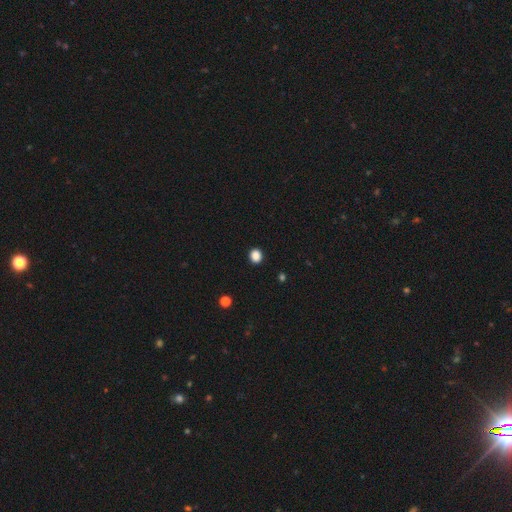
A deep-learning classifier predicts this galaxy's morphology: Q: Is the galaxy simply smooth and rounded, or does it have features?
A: smooth — 87%.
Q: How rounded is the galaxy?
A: round — 75%.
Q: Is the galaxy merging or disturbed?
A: none — 92%.